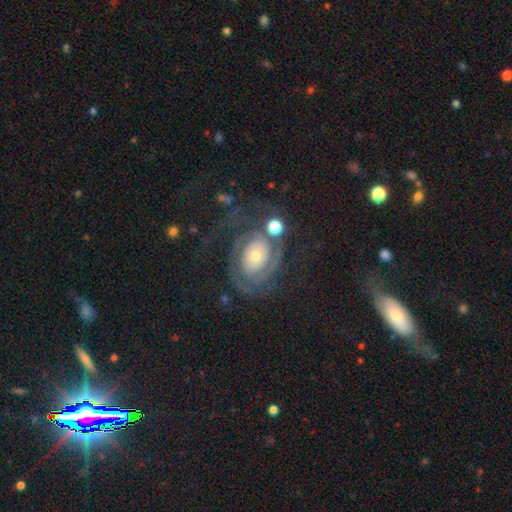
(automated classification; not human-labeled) Overall: featured or disk (82%). Edge-on disk: no (97%). Bar: no (77%). Spiral arms: yes (93%). Spiral arm count: 2 (50%; can't tell 21%). Spiral winding: tight (59%; medium 28%). Bulge size: small (55%; moderate 34%). Merging: none (53%; major disturbance 25%).